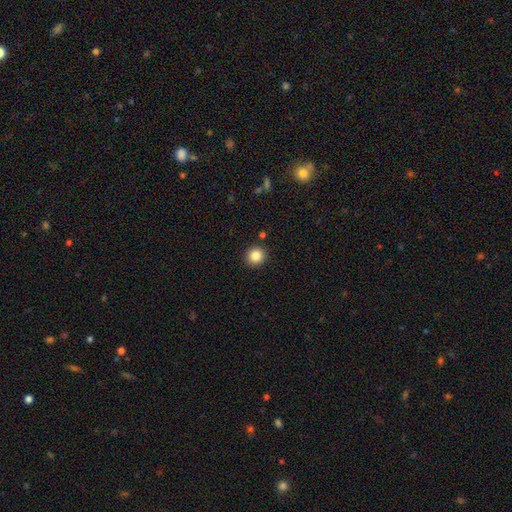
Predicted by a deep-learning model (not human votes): smooth_or_featured: smooth (p=0.85) [alt: star or artifact p=0.11]
how_rounded: round (p=0.92) [alt: in between p=0.07]
merging: none (p=0.91) [alt: minor disturbance p=0.05]